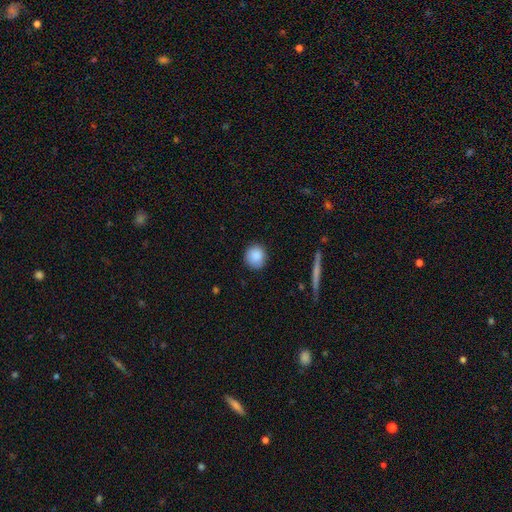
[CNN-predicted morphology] A smooth galaxy with no disk features (88%) that is round (89%).

Vote fractions:
- Smooth or featured? smooth: 88% / star or artifact: 7% / featured or disk: 4%
- How rounded? round: 89% / in between: 9% / cigar-shaped: 1%
- Merging? none: 89% / minor disturbance: 8% / major disturbance: 2% / merger: 1%